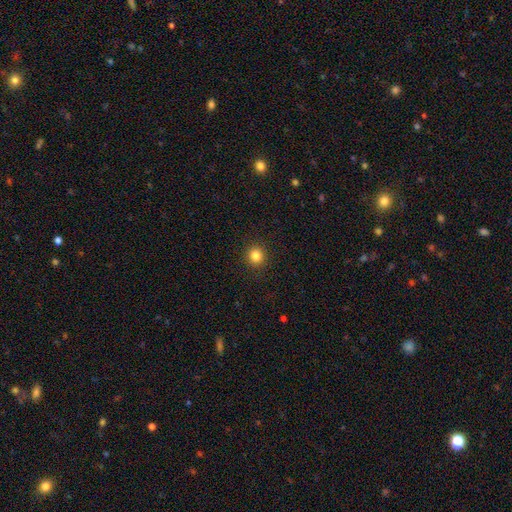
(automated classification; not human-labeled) A smooth galaxy with no disk features (83%) that is round (91%). Merging: none (92%).